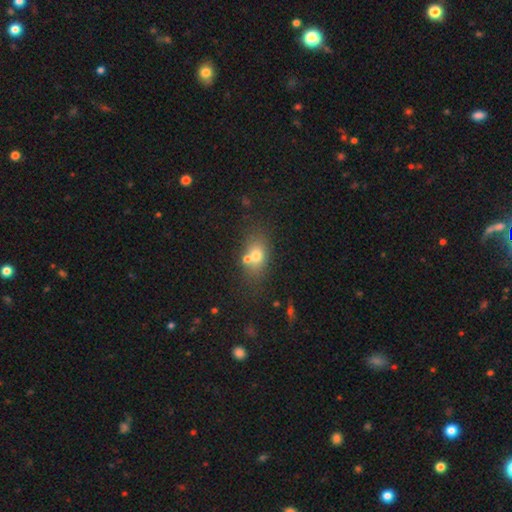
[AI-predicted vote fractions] This is likely a smooth galaxy (68%). How rounded: likely in between (66%). Merging: possibly none (54%).